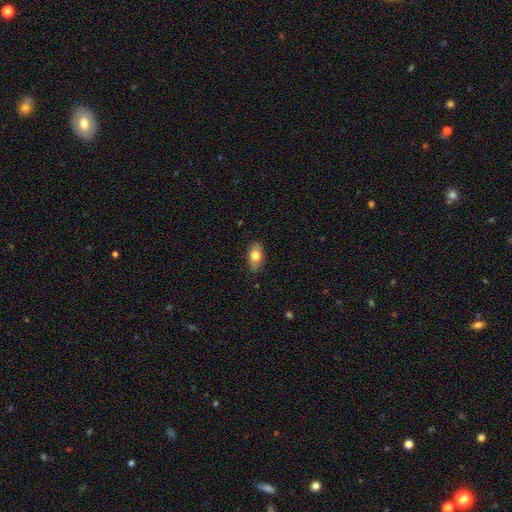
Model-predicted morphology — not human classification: smooth-or-featured: smooth: 74% | featured or disk: 19% | star or artifact: 7%
  how-rounded: in between: 89% | round: 7% | cigar-shaped: 4%
  merging: none: 83% | minor disturbance: 14% | major disturbance: 2% | merger: 1%